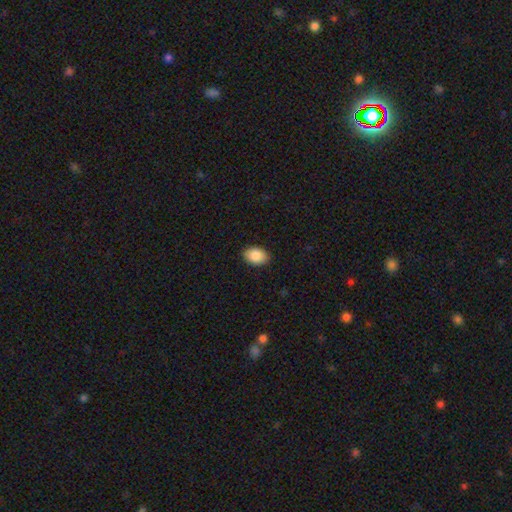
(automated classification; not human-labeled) Smooth or featured? smooth (89%)
How rounded? in between (85%)
Merging? none (89%)